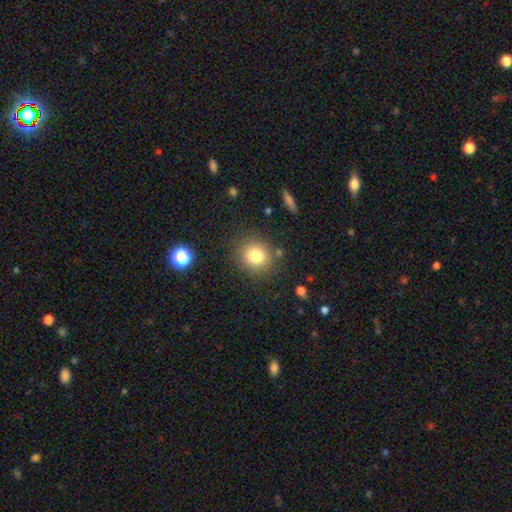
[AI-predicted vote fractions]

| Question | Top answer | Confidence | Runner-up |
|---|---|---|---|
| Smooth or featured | smooth | 79% | star or artifact (12%) |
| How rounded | round | 84% | in between (15%) |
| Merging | none | 84% | minor disturbance (9%) |